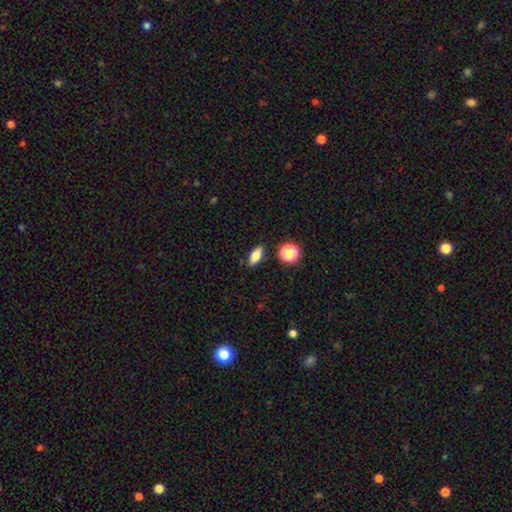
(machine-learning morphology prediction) Smooth or featured? smooth (78%)
How rounded? in between (76%)
Merging? none (86%)